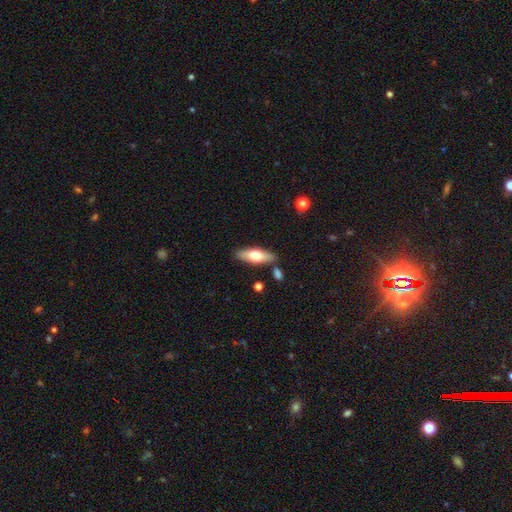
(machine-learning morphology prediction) Q: Smooth or featured?
A: smooth (60%); runner-up: featured or disk (34%)
Q: How rounded?
A: in between (62%); runner-up: cigar-shaped (35%)
Q: Merging?
A: none (82%); runner-up: minor disturbance (11%)